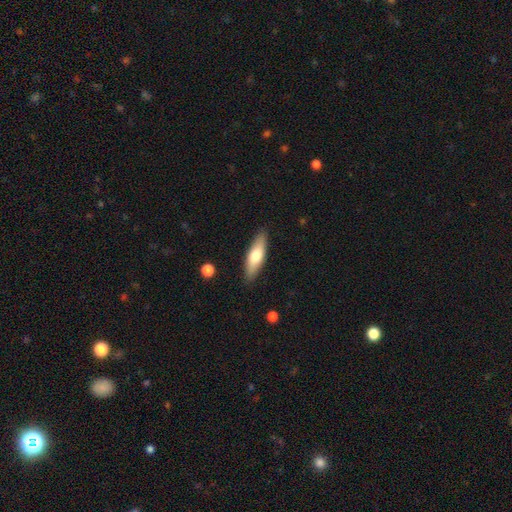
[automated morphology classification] type=smooth (68%); roundness=cigar-shaped (53%); merging=none (87%).